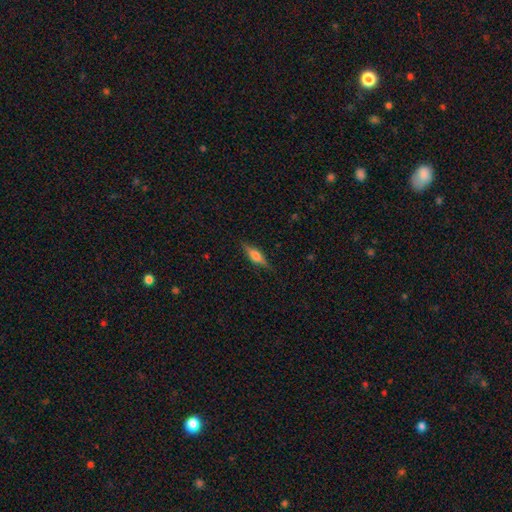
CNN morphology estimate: Smooth or featured?
  - featured or disk: 49% *
  - smooth: 43%
  - star or artifact: 8%
Merging?
  - none: 84% *
  - minor disturbance: 12%
  - major disturbance: 3%
  - merger: 1%